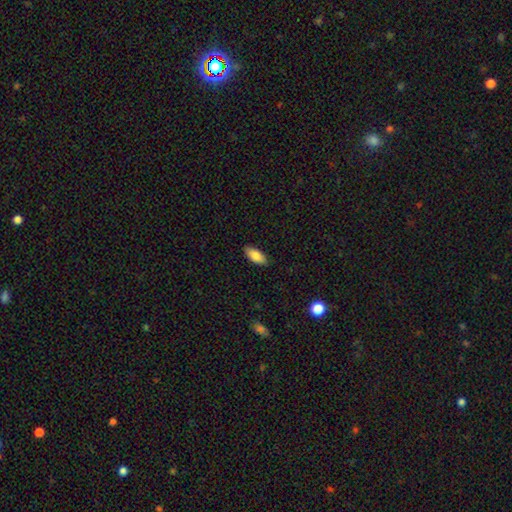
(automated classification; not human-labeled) Morphology: type=smooth (85%); roundness=in between (88%); merging=none (87%).